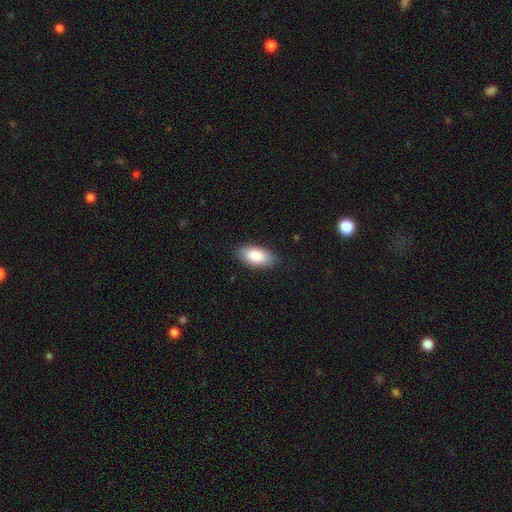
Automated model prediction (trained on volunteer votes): This is clearly a smooth galaxy (87%). How rounded: clearly in between (94%). Merging: clearly none (84%).